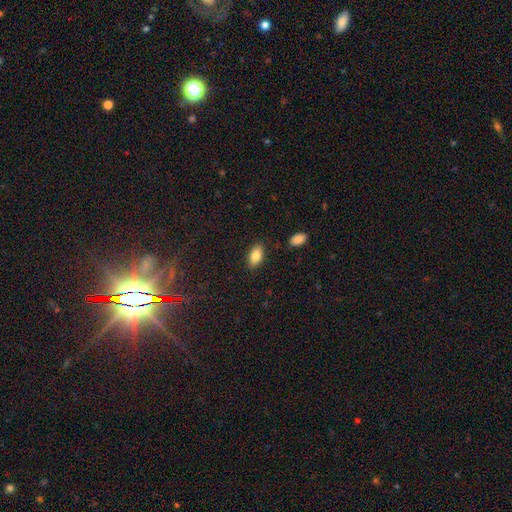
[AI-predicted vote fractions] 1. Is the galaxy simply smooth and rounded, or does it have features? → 84% smooth, 8% featured or disk, 8% star or artifact.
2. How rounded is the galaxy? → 91% in between, 5% cigar-shaped, 3% round.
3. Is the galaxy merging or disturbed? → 86% none, 10% minor disturbance, 2% major disturbance, 2% merger.